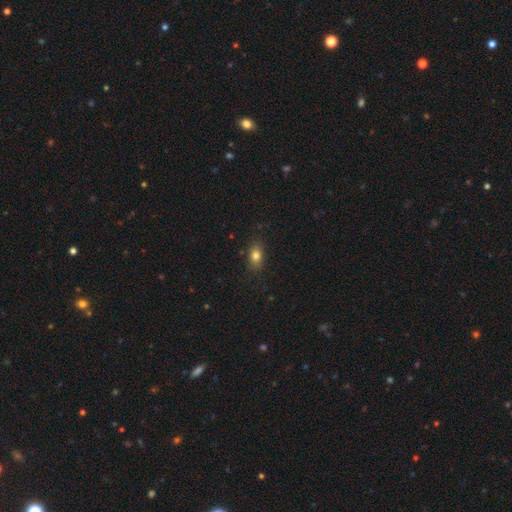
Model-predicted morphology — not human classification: Smooth or featured?
  - smooth: 81% *
  - star or artifact: 10%
  - featured or disk: 9%
How rounded?
  - in between: 79% *
  - round: 17%
  - cigar-shaped: 4%
Merging?
  - none: 83% *
  - minor disturbance: 13%
  - major disturbance: 3%
  - merger: 1%